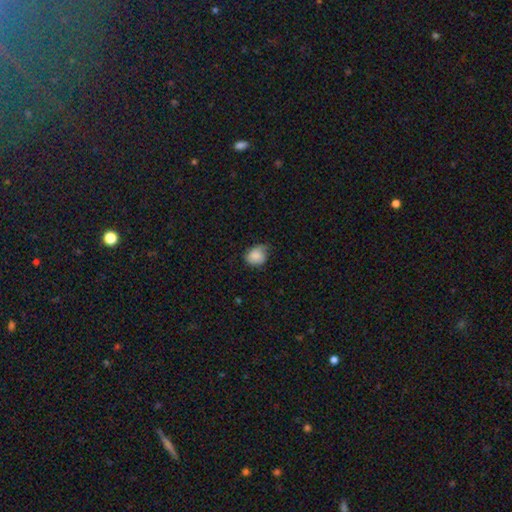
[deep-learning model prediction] The model was most divided on "how rounded": round: 52%, in between: 47%, cigar-shaped: 1%. Remaining: smooth or featured — smooth (81%); merging — none (48%).